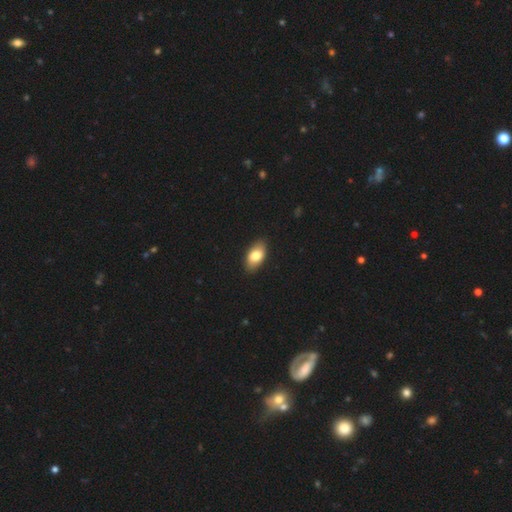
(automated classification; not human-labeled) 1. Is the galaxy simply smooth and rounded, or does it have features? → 79% smooth, 14% featured or disk, 7% star or artifact.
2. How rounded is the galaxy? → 92% in between, 5% round, 3% cigar-shaped.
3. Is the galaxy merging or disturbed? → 88% none, 9% minor disturbance, 2% major disturbance, 1% merger.